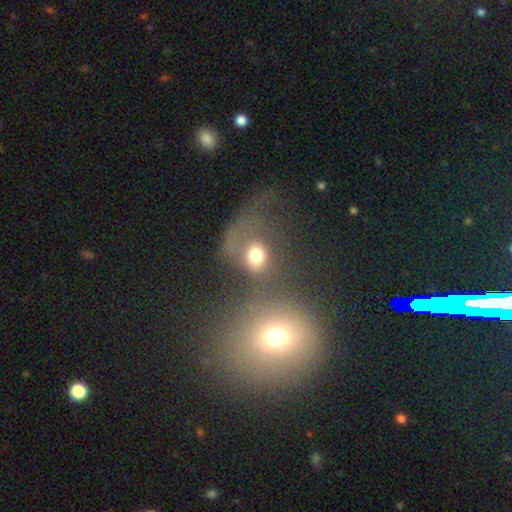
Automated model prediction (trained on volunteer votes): The model was most divided on "smooth or featured": star or artifact: 50%, smooth: 31%, featured or disk: 19%.